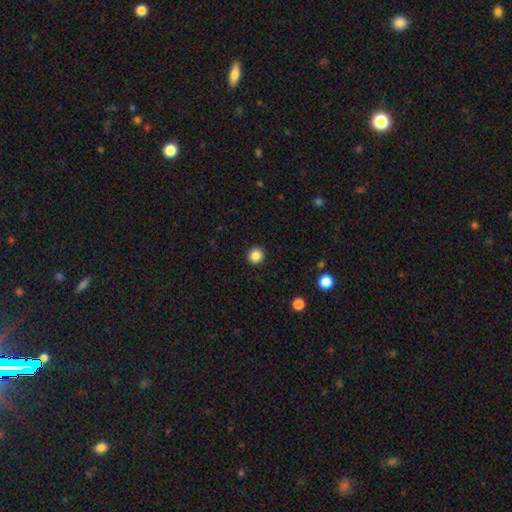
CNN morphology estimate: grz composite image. It shows a smooth galaxy with no disk features (86%) that is round (92%). Merging: none (93%).